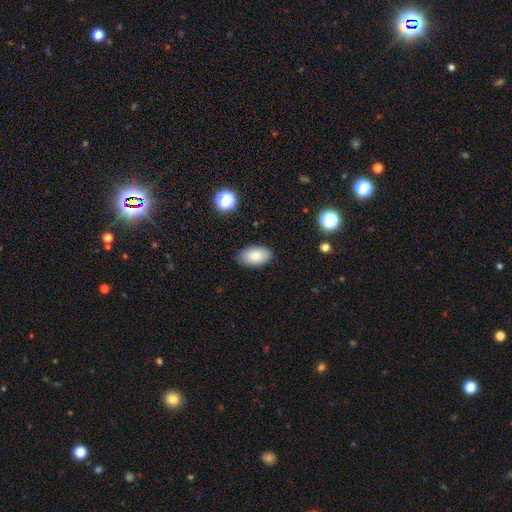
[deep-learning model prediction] Smooth or featured: smooth — 86% (star or artifact — 8%)
How rounded: in between — 94% (round — 4%)
Merging: none — 86% (minor disturbance — 10%)